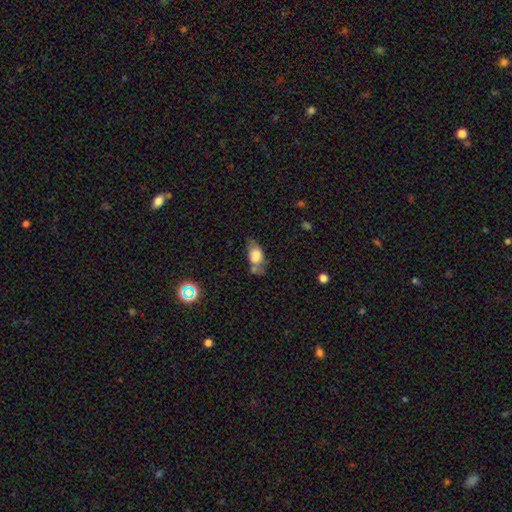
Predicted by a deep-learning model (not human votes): This is likely a smooth galaxy (73%). How rounded: clearly in between (83%). Merging: marginally none (42%).